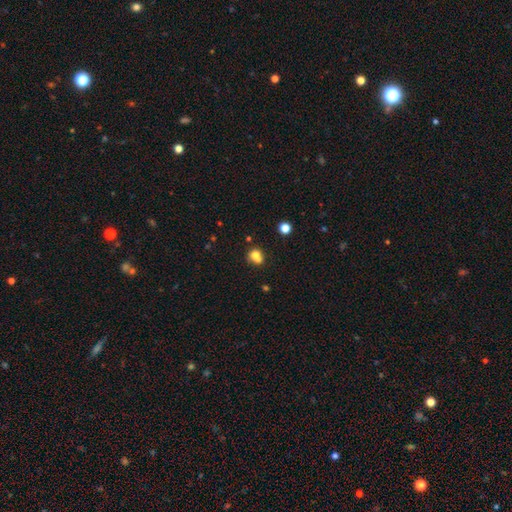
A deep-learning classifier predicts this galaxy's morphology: This appears to be a smooth galaxy with no disk features (73%) that is round (67%). Merging: merger (43%).